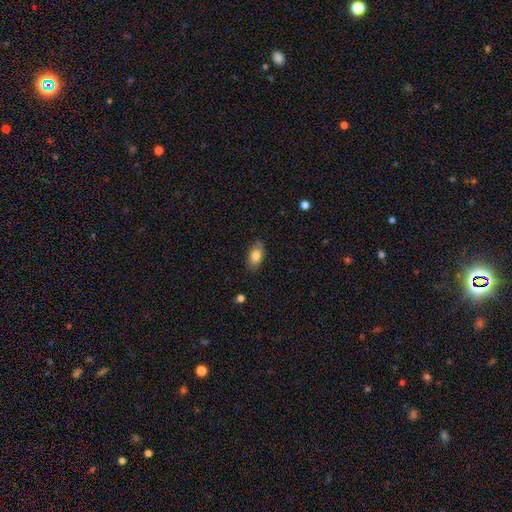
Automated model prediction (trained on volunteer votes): Morphology: type=smooth (80%); roundness=in between (90%); merging=none (83%).